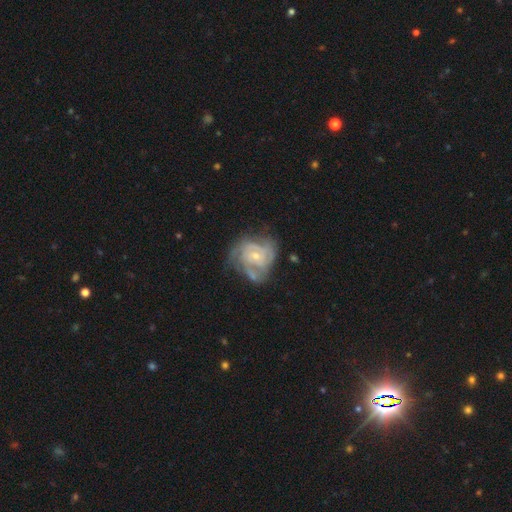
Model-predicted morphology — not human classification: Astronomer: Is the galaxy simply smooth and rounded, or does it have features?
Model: featured or disk — 82%.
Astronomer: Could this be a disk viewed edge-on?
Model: no — 98%.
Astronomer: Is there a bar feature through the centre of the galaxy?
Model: no — 65%.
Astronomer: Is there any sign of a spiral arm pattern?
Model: yes — 91%.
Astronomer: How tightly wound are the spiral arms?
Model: tight — 59%.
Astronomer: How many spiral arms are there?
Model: can't tell — 31% (runner-up: 3, 27%).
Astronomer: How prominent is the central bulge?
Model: small — 64%.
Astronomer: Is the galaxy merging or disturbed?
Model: none — 50% (runner-up: minor disturbance, 25%).